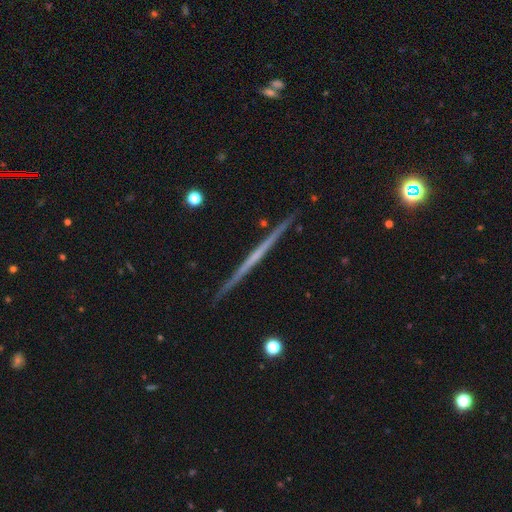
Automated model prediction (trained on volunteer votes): A featured or disk galaxy (71%) viewed edge-on (98%) with no central bulge (87%). Merging: none (92%).